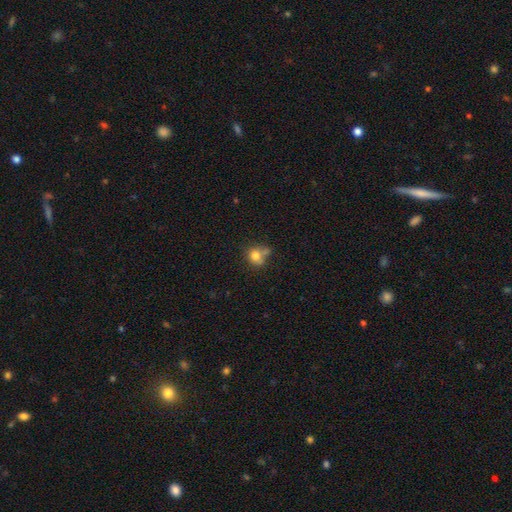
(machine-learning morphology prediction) Overall: smooth (78%). How rounded: round (76%). Merging: none (49%; merger 23%).